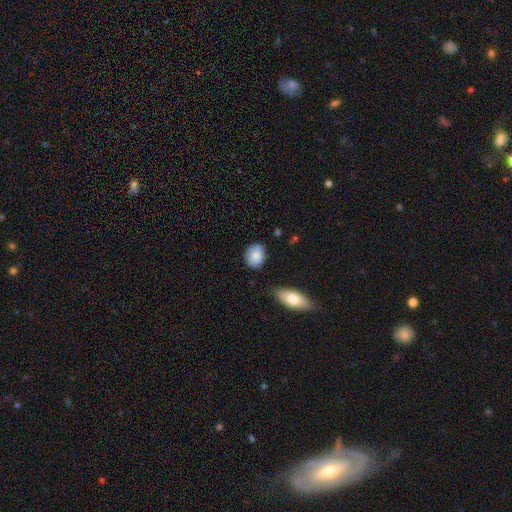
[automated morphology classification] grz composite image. It shows a smooth galaxy with no disk features (85%) that is in between round and cigar-shaped (50%). Merging: none (73%).